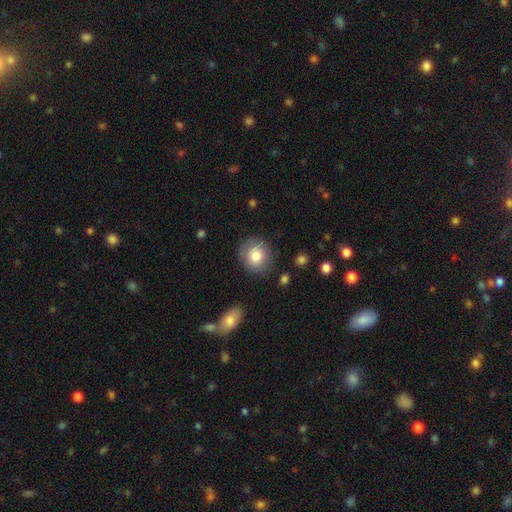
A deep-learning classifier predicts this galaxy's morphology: This is likely a smooth galaxy (79%). How rounded: clearly round (84%). Merging: clearly none (83%).